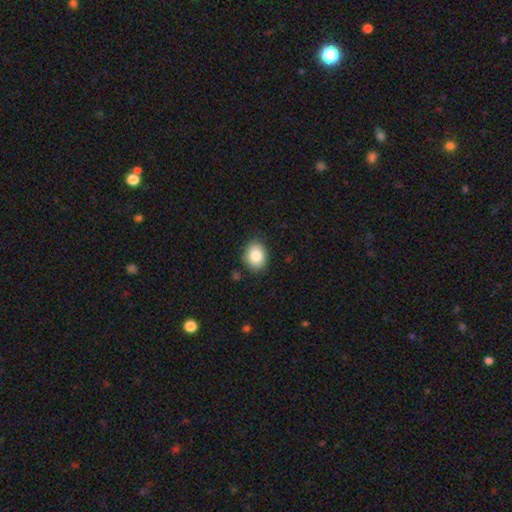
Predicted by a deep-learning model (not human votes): The model was most divided on "how rounded": round: 55%, in between: 45%, cigar-shaped: 1%. More confident: smooth or featured — smooth (84%); merging — none (83%).